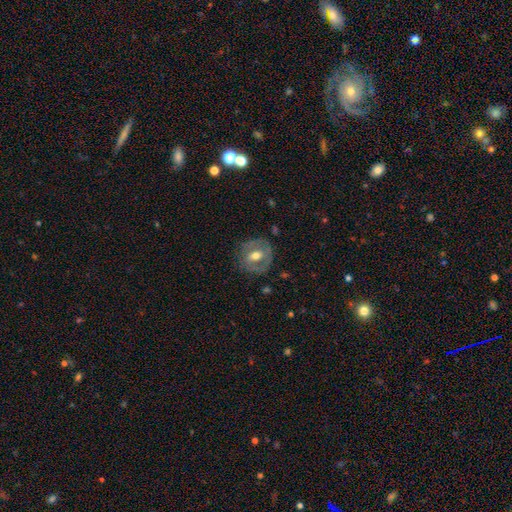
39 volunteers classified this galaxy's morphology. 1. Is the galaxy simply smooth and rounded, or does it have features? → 59% featured or disk, 33% smooth, 8% star or artifact.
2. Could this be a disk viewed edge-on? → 96% no, 4% yes.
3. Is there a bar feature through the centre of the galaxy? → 41% weak, 36% no, 23% strong.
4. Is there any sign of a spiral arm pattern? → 77% no, 23% yes.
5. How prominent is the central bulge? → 77% moderate, 14% small, 9% large, 0% dominant, 0% none.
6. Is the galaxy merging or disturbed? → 89% none, 8% minor disturbance, 3% major disturbance, 0% merger.